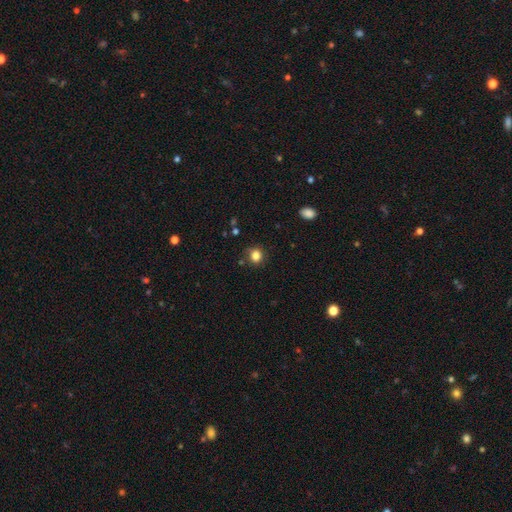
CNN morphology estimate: A smooth galaxy with no disk features (84%) that is round (79%). Merging: none (82%).